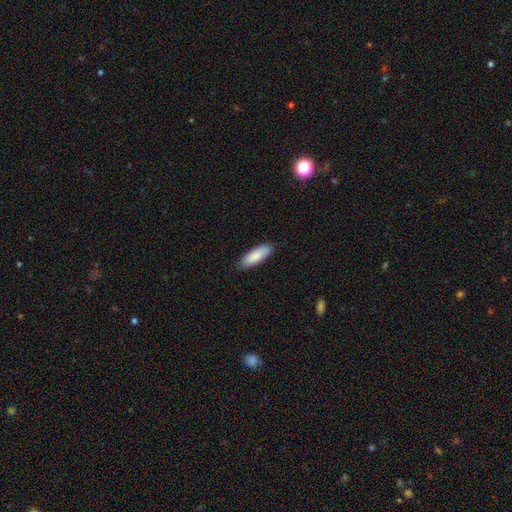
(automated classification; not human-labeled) Smooth or featured? Predicted: smooth (p=0.88). How rounded? Predicted: in between (p=0.53). Merging? Predicted: none (p=0.86).